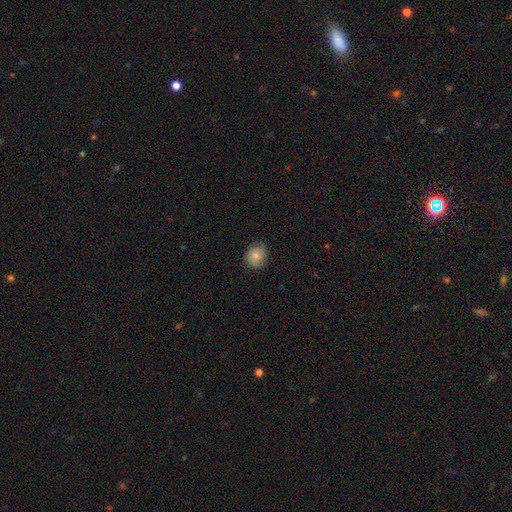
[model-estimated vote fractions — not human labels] A smooth galaxy with no disk features (82%) that is round (72%). Merging: none (80%).